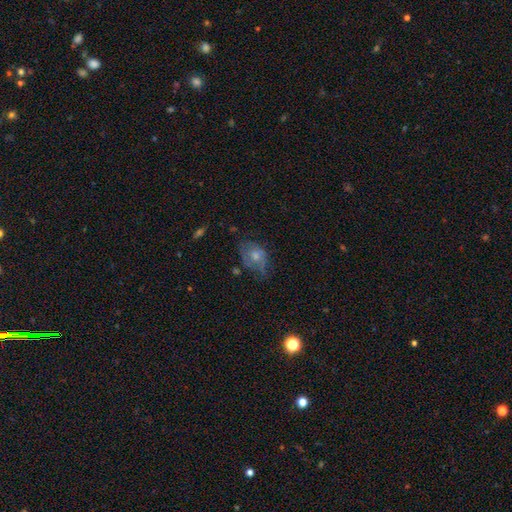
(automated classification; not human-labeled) smooth_or_featured: featured or disk (p=0.51) [alt: smooth p=0.32]
disk_edge_on: no (p=0.94) [alt: yes p=0.06]
merging: none (p=0.55) [alt: minor disturbance p=0.27]